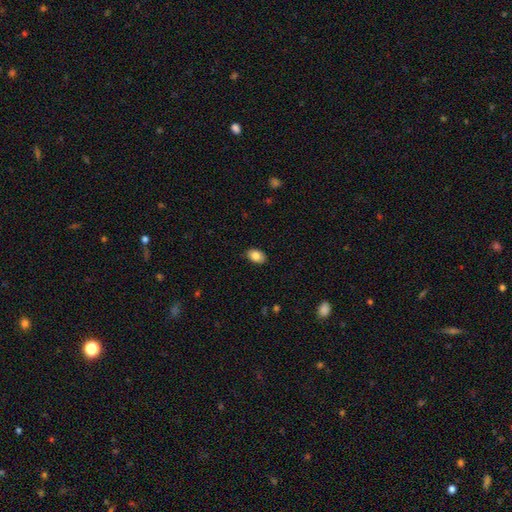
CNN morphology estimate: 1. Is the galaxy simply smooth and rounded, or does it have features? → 84% smooth, 8% featured or disk, 8% star or artifact.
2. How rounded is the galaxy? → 87% in between, 12% round, 1% cigar-shaped.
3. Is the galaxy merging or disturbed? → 87% none, 10% minor disturbance, 2% major disturbance, 1% merger.